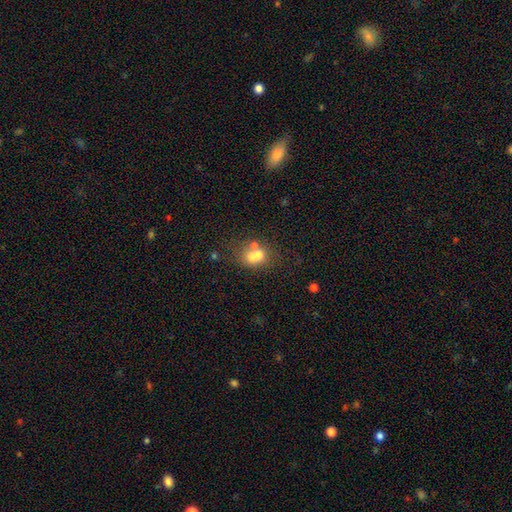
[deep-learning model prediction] Overall: smooth (61%; featured or disk 26%). How rounded: round (54%; in between 44%). Merging: merger (52%; none 31%).